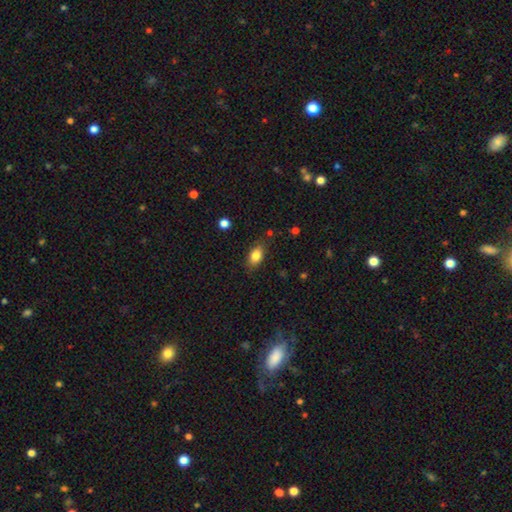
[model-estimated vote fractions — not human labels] This is clearly a smooth galaxy (83%). How rounded: clearly in between (86%). Merging: clearly none (82%).